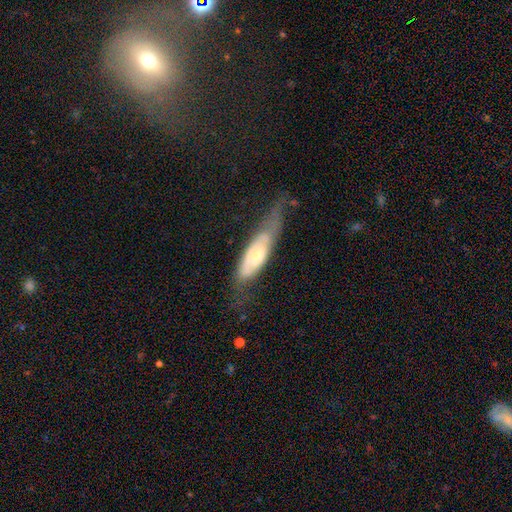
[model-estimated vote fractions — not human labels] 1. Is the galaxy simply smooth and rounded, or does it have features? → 52% featured or disk, 42% smooth, 6% star or artifact.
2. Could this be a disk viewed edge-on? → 65% no, 35% yes.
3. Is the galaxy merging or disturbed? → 43% none, 33% minor disturbance, 21% major disturbance, 3% merger.